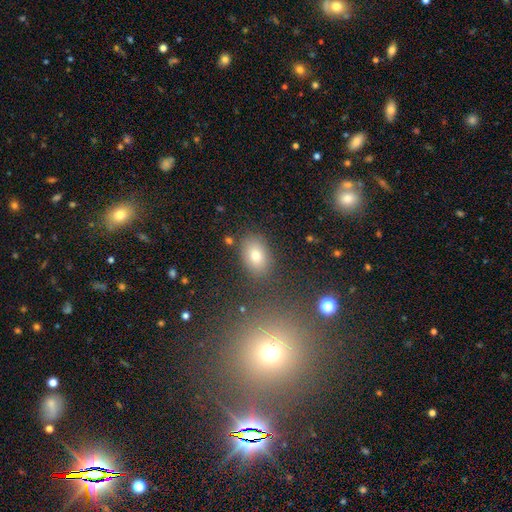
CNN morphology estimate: Overall: smooth (76%). How rounded: in between (82%). Merging: none (83%).